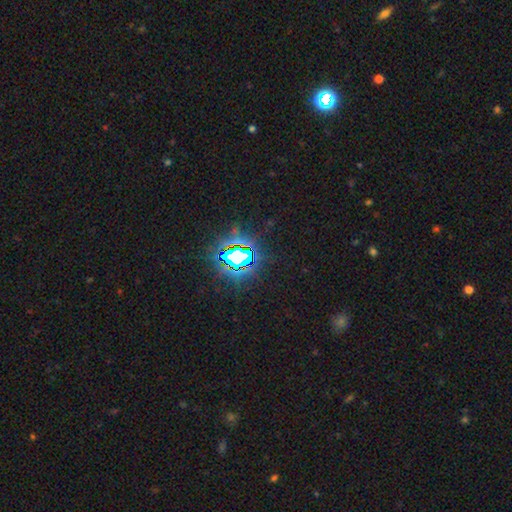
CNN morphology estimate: type=star or artifact (84%).